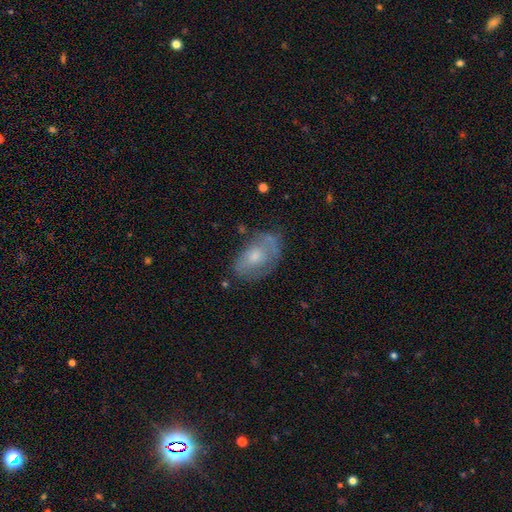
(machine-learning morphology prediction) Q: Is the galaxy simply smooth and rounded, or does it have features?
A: featured or disk — 47%.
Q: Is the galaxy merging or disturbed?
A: none — 56%.